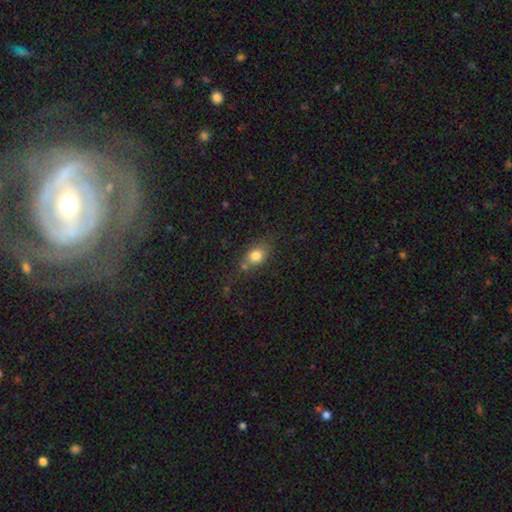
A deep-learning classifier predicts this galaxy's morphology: Q: Smooth or featured?
A: smooth (79%); runner-up: star or artifact (11%)
Q: How rounded?
A: in between (56%); runner-up: round (41%)
Q: Merging?
A: none (60%); runner-up: minor disturbance (20%)